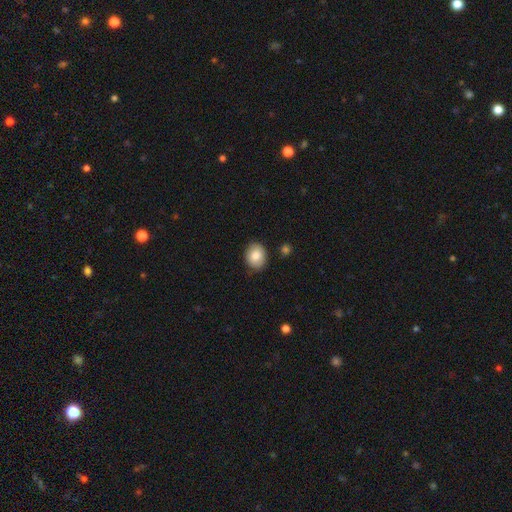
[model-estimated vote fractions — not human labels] Q: Smooth or featured?
A: smooth (84%); runner-up: featured or disk (9%)
Q: How rounded?
A: round (54%); runner-up: in between (45%)
Q: Merging?
A: none (84%); runner-up: minor disturbance (12%)